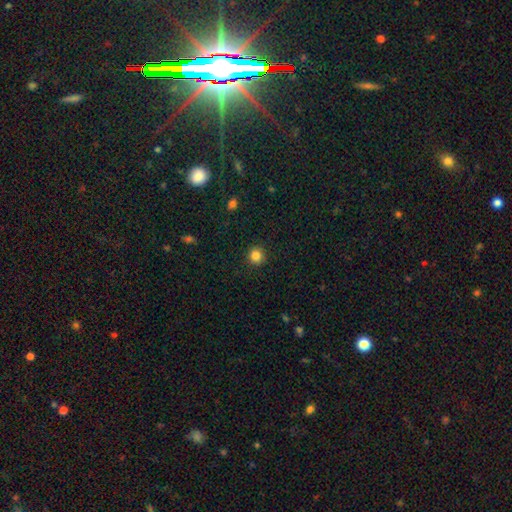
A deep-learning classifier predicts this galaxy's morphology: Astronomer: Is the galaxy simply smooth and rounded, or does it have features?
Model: smooth — 84%.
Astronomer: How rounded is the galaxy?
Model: round — 93%.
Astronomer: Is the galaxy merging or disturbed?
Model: none — 92%.